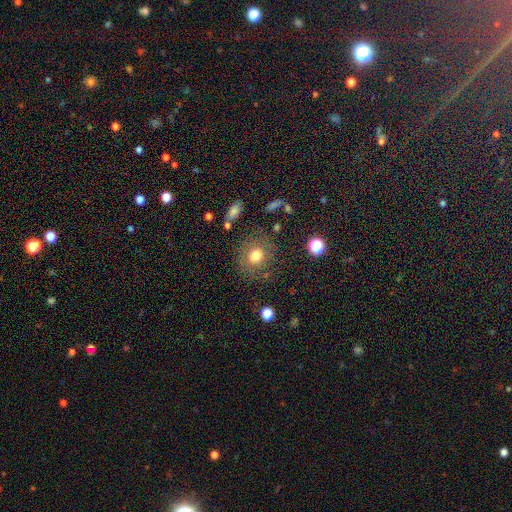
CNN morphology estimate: smooth 74%, star or artifact 13%, featured or disk 13%. Down the decision tree: how rounded — round (81%); merging — none (78%).